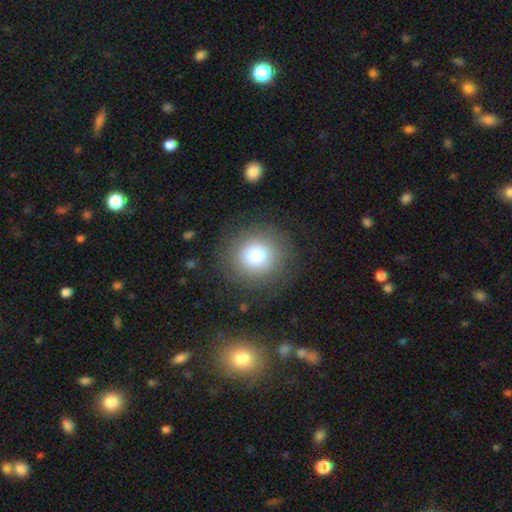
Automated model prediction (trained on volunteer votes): smooth_or_featured: smooth (p=0.77) [alt: featured or disk p=0.12]
how_rounded: round (p=0.90) [alt: in between p=0.09]
merging: none (p=0.83) [alt: minor disturbance p=0.10]